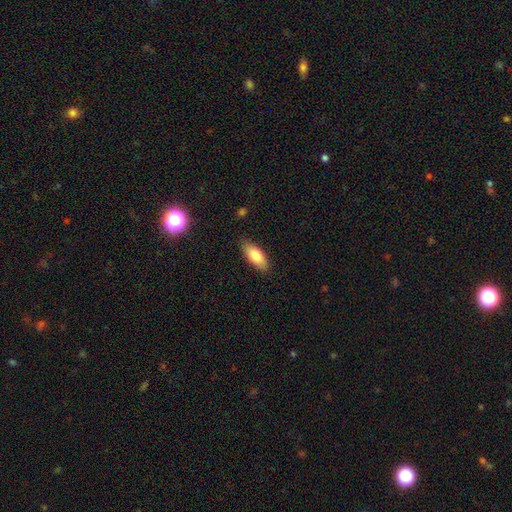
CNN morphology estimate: Smooth or featured? smooth (79%)
How rounded? in between (79%)
Merging? none (85%)